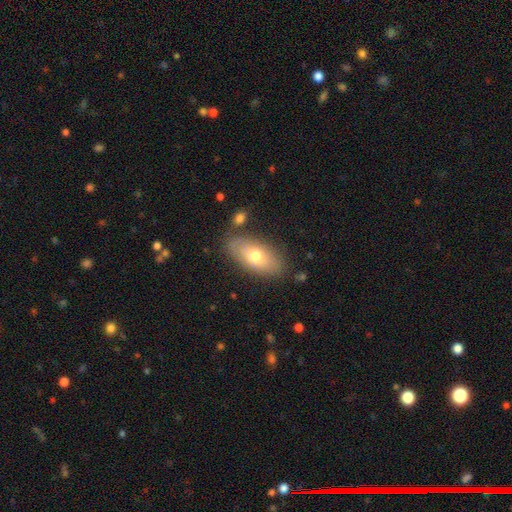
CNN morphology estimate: smooth 66%, featured or disk 27%, star or artifact 7%. Down the decision tree: how rounded — in between (88%); merging — none (78%).